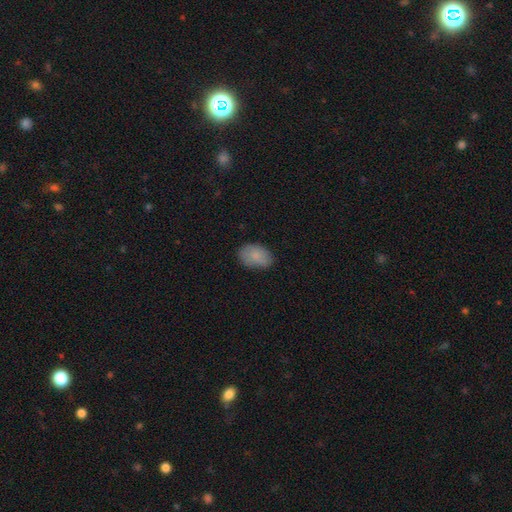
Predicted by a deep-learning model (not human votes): This appears to be a smooth galaxy with no disk features (82%) that is in between round and cigar-shaped (87%). Merging: none (77%).